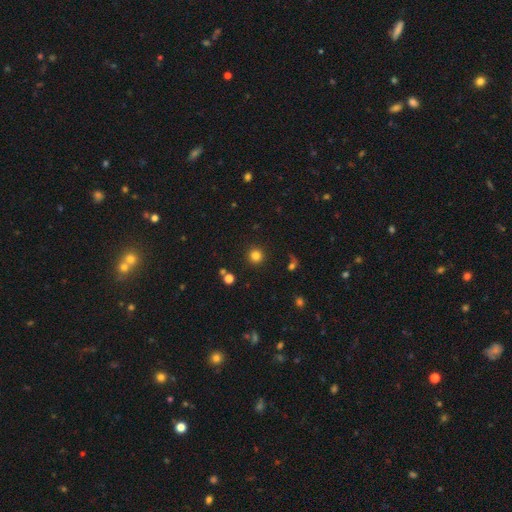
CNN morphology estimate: Smooth or featured: smooth — 81% (star or artifact — 13%)
How rounded: round — 95% (in between — 4%)
Merging: none — 90% (minor disturbance — 5%)